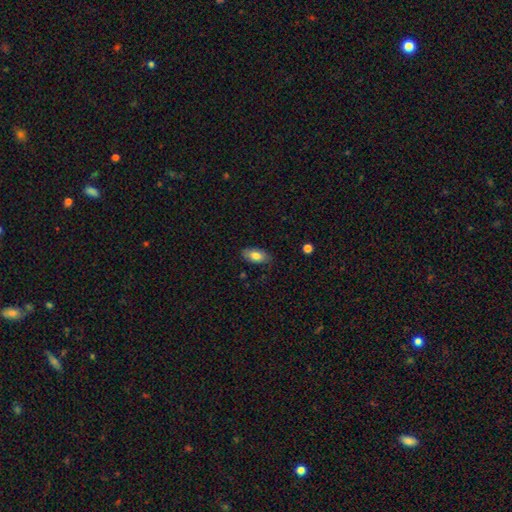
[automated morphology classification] smooth 78%, featured or disk 15%, star or artifact 7%. Down the decision tree: how rounded — in between (92%); merging — none (80%).